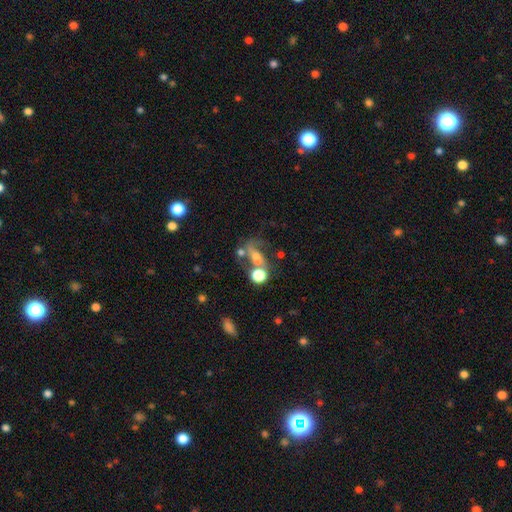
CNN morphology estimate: The model was most divided on "merging": merger: 31%, none: 30%, major disturbance: 24%, minor disturbance: 14%. Remaining: smooth or featured — featured or disk (42%).